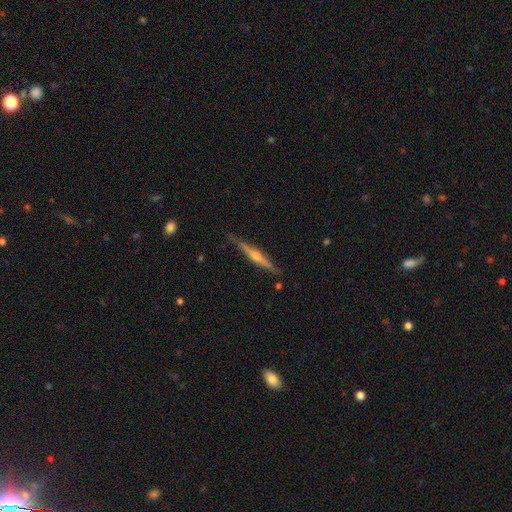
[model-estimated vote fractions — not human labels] Smooth or featured: featured or disk — 76% (smooth — 19%)
Edge-on disk: yes — 98% (no — 2%)
Edge-on bulge: rounded — 87% (none — 7%)
Merging: none — 85% (minor disturbance — 11%)